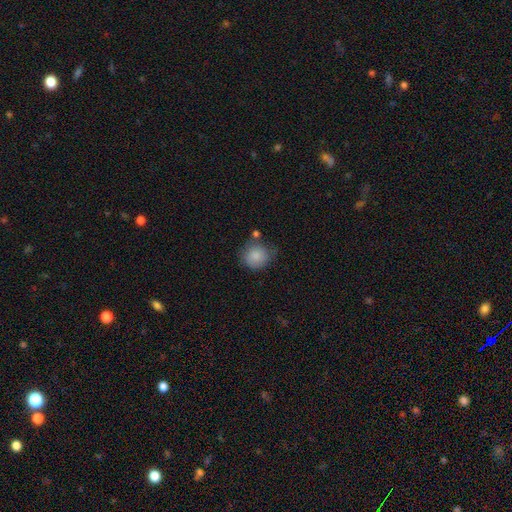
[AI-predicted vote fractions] smooth-or-featured: smooth: 84% | featured or disk: 8% | star or artifact: 8%
  how-rounded: round: 84% | in between: 15% | cigar-shaped: 1%
  merging: none: 61% | minor disturbance: 24% | merger: 9% | major disturbance: 6%